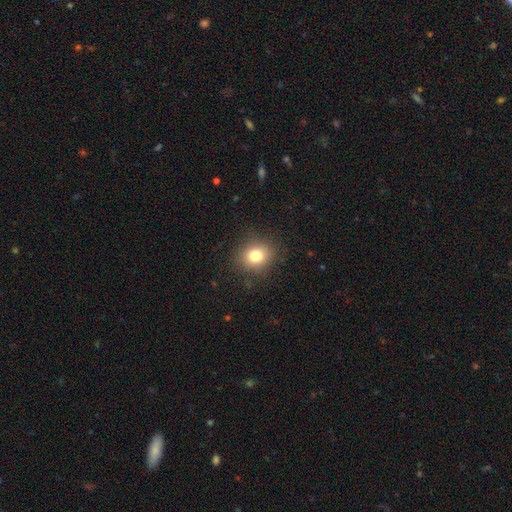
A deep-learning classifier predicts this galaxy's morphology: A smooth galaxy with no disk features (80%) that is round (66%). Merging: none (86%).